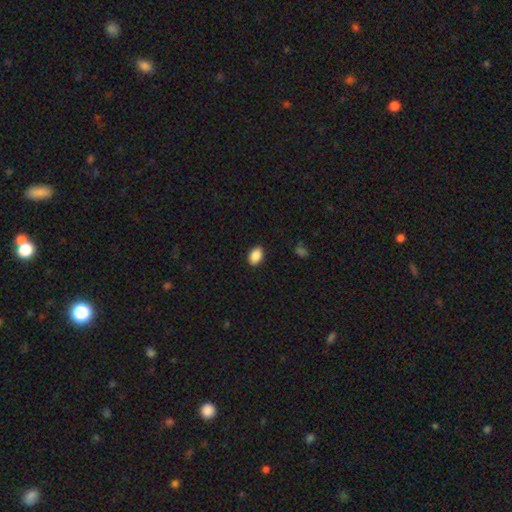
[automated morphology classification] Overall: smooth (89%). How rounded: in between (88%). Merging: none (89%).